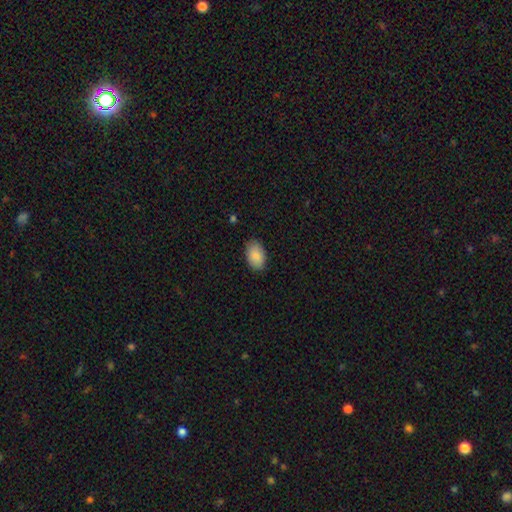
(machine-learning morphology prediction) Smooth or featured: smooth — 88% (star or artifact — 6%)
How rounded: in between — 90% (round — 9%)
Merging: none — 86% (minor disturbance — 11%)